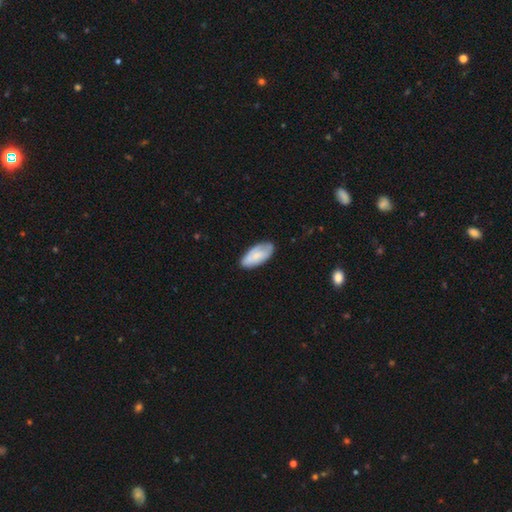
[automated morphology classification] Smooth or featured: smooth — 68% (featured or disk — 26%)
How rounded: in between — 92% (cigar-shaped — 6%)
Merging: none — 77% (minor disturbance — 19%)